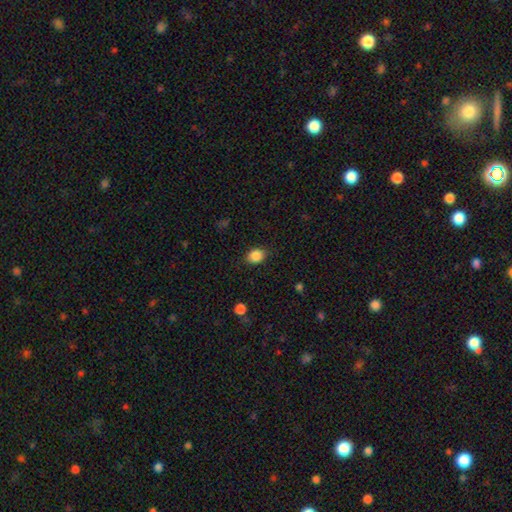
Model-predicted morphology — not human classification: This appears to be a smooth galaxy with no disk features (87%) that is in between round and cigar-shaped (58%). Merging: none (84%).